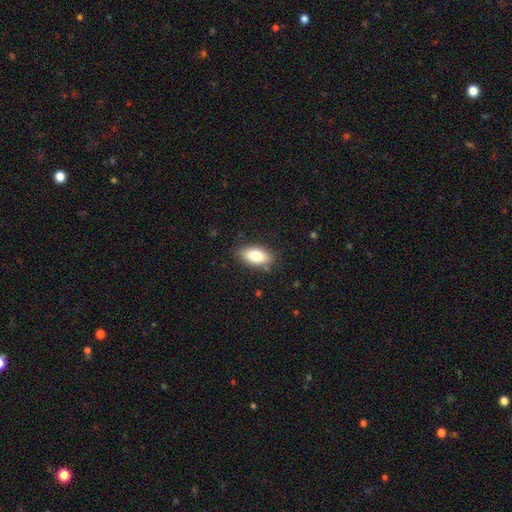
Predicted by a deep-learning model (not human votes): This appears to be a smooth galaxy with no disk features (81%) that is in between round and cigar-shaped (90%). Merging: none (83%).